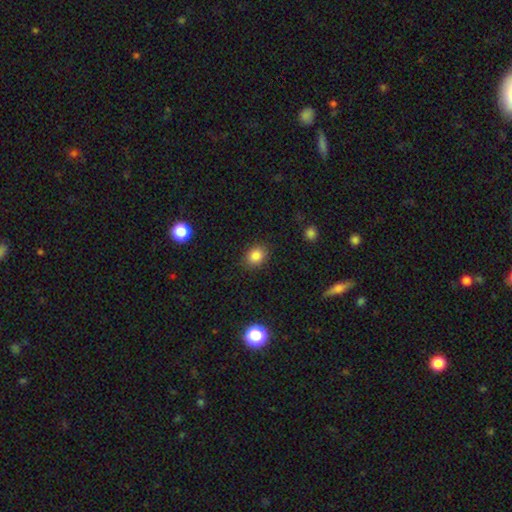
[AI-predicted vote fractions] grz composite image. It shows a smooth galaxy with no disk features (84%) that is in between round and cigar-shaped (50%). Merging: none (86%).